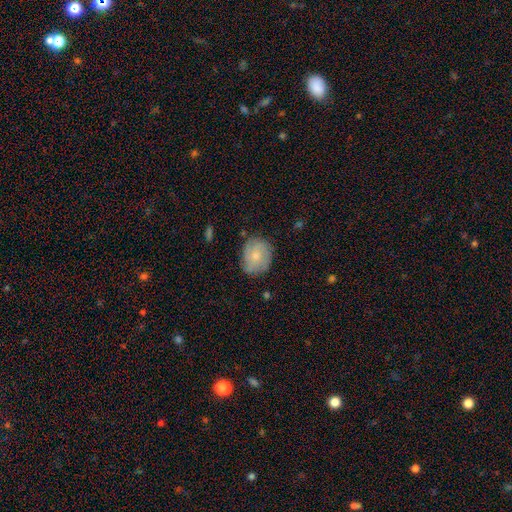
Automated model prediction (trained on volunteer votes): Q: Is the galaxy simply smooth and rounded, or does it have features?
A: smooth — 55%.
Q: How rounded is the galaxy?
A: round — 63%.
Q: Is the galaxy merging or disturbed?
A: none — 74%.